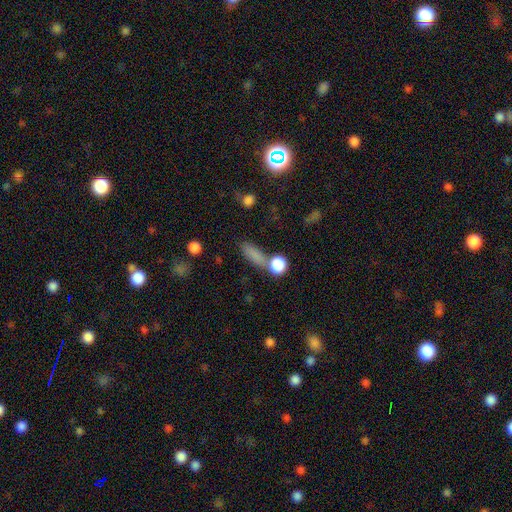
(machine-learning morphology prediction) smooth-or-featured: smooth: 77% | star or artifact: 14% | featured or disk: 9%
  how-rounded: cigar-shaped: 43% | in between: 42% | round: 15%
  merging: none: 60% | merger: 21% | minor disturbance: 13% | major disturbance: 6%